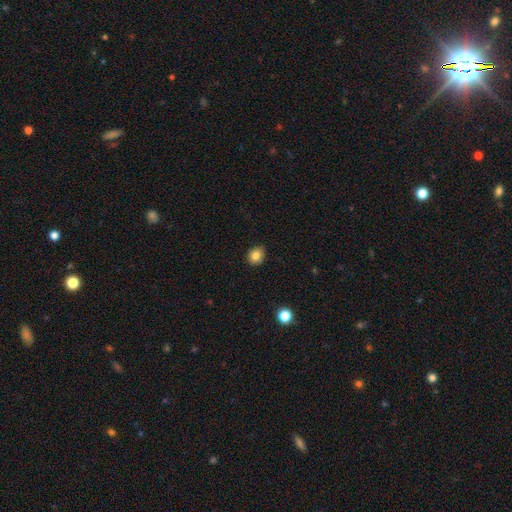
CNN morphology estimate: The model was most divided on "how rounded": round: 75%, in between: 24%, cigar-shaped: 1%. More confident: merging — none (88%); smooth or featured — smooth (83%).